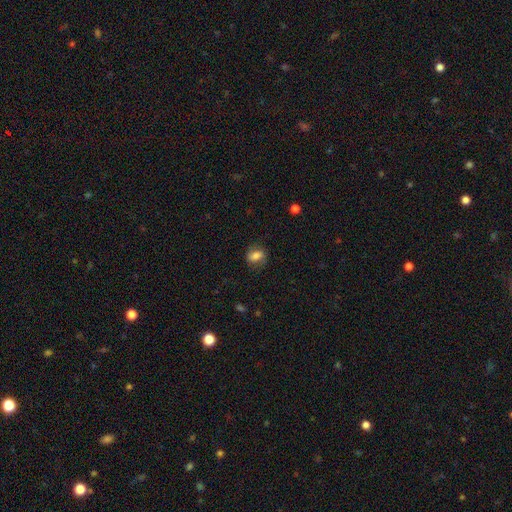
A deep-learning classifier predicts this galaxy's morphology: Overall: smooth (72%). How rounded: in between (67%; round 30%). Merging: none (76%).